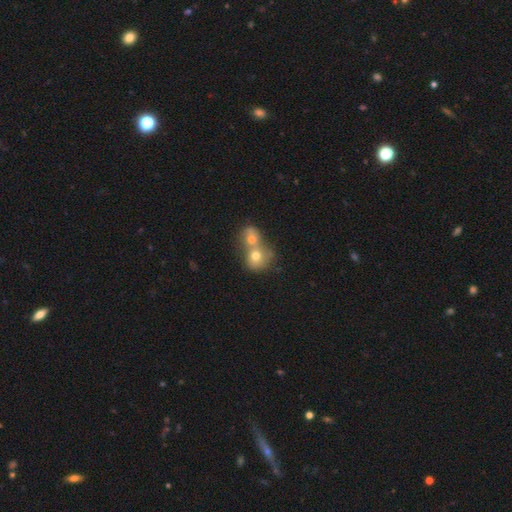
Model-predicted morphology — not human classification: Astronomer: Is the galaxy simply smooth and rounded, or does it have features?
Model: smooth — 68%.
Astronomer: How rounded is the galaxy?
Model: round — 69%.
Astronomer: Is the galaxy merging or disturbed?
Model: merger — 74%.